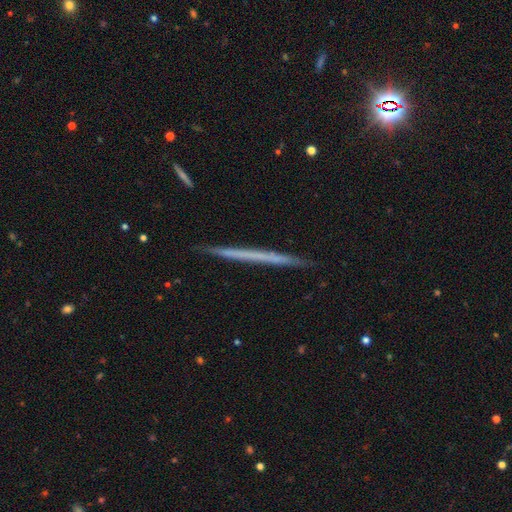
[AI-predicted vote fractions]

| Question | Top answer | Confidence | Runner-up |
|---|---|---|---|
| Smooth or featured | featured or disk | 59% | smooth (28%) |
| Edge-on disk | yes | 95% | no (5%) |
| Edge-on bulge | none | 78% | rounded (17%) |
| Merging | none | 89% | minor disturbance (8%) |